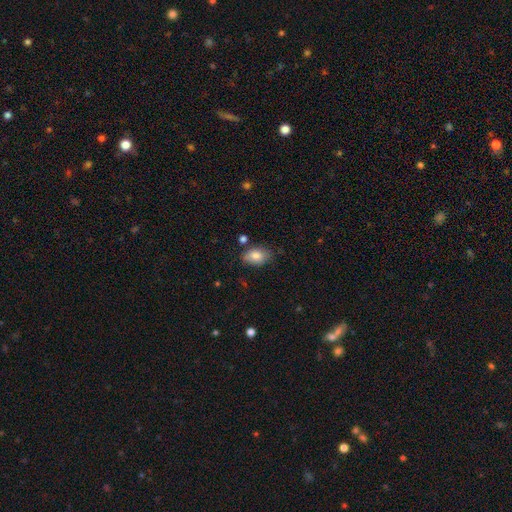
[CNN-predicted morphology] The model was most divided on "merging": none: 72%, minor disturbance: 20%, merger: 4%, major disturbance: 4%. More confident: how rounded — in between (85%); smooth or featured — smooth (82%).